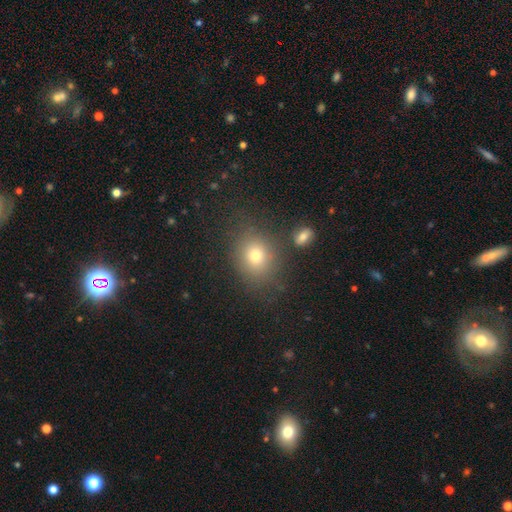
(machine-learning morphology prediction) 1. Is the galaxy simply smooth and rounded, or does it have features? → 71% smooth, 17% star or artifact, 12% featured or disk.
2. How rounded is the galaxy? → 55% round, 44% in between, 1% cigar-shaped.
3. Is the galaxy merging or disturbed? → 77% none, 12% minor disturbance, 5% merger, 5% major disturbance.